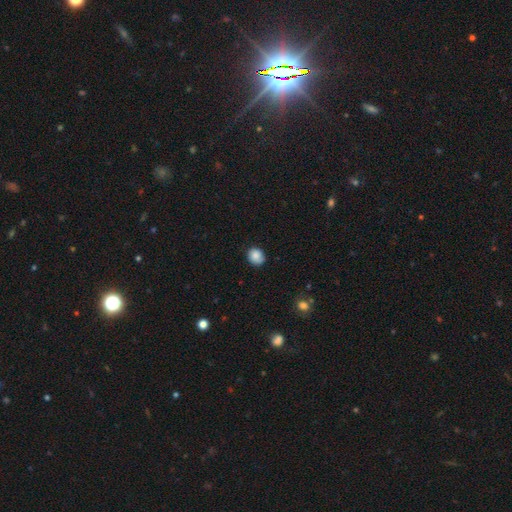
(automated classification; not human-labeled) Morphology: type=smooth (85%); roundness=round (73%); merging=none (76%).